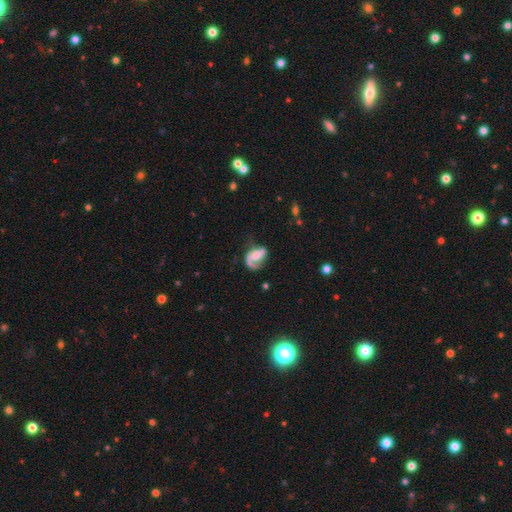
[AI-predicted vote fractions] This is likely a featured or disk galaxy (69%). It is clearly not viewed edge-on (97%). Bar: possibly no (57%). Spiral arm pattern: clearly yes (84%). Spiral arm count: possibly 1 (52%). Spiral winding: marginally medium (39%, tied with loose). Central bulge: marginally none (30%). Merging: marginally major disturbance (36%).